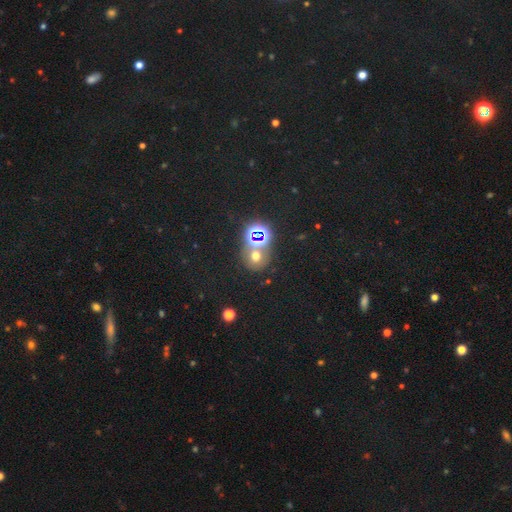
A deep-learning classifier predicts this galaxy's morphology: smooth 50%, star or artifact 39%, featured or disk 11%. Down the decision tree: merging — none (60%).